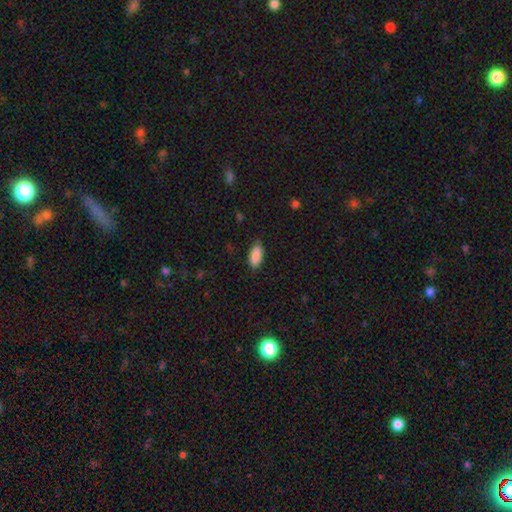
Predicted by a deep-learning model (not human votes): The model was most divided on "merging": none: 81%, minor disturbance: 15%, major disturbance: 3%, merger: 1%. More confident: smooth or featured — smooth (89%); how rounded — in between (86%).